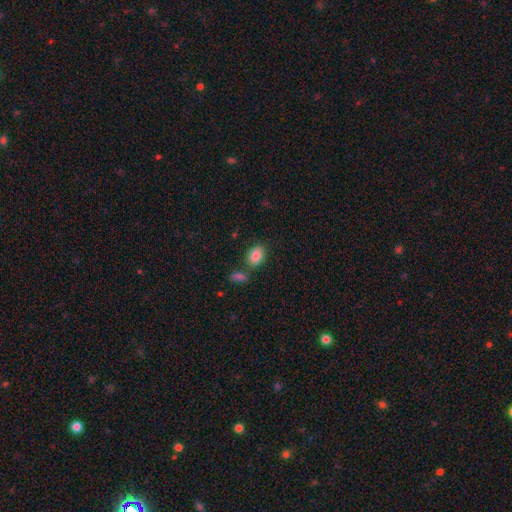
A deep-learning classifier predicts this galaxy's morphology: smooth_or_featured: smooth (p=0.86) [alt: star or artifact p=0.08]
how_rounded: in between (p=0.84) [alt: round p=0.15]
merging: none (p=0.71) [alt: merger p=0.14]